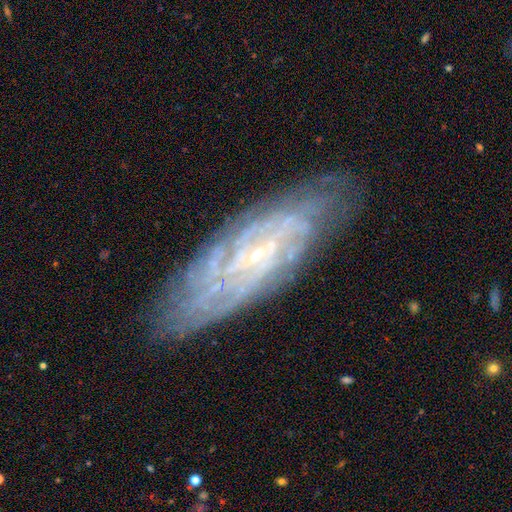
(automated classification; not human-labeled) A featured or disk galaxy (83%) with a weak bar (42%), tight (69%) spiral arms (94%) and a small central bulge (80%). Merging: none (80%).